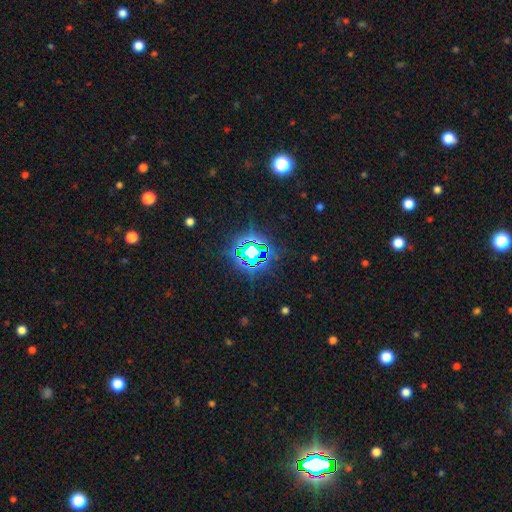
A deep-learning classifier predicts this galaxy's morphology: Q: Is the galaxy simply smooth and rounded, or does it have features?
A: star or artifact — 79%.